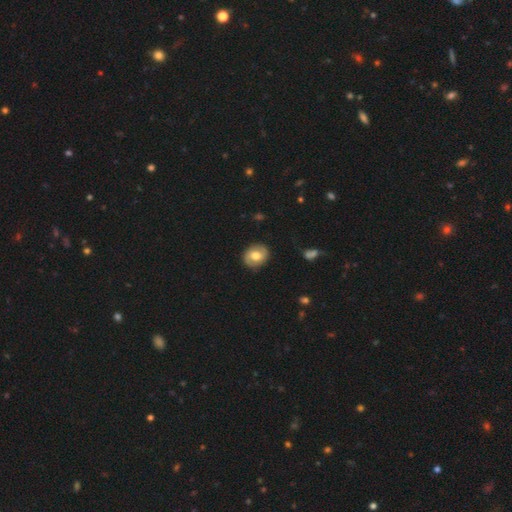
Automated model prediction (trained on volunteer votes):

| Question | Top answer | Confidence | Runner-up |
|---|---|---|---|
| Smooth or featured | smooth | 48% | featured or disk (45%) |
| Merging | none | 85% | minor disturbance (11%) |